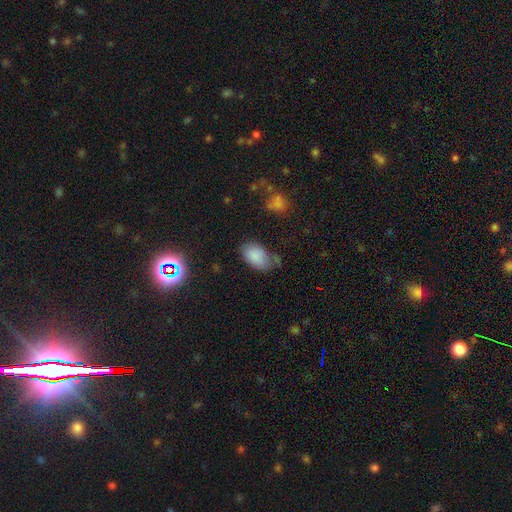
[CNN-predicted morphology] Q: Smooth or featured?
A: smooth (85%); runner-up: star or artifact (8%)
Q: How rounded?
A: in between (92%); runner-up: round (7%)
Q: Merging?
A: none (57%); runner-up: minor disturbance (28%)